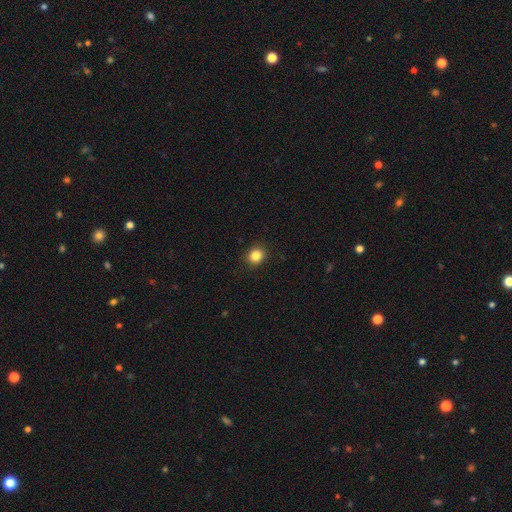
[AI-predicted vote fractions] Smooth or featured: smooth — 84% (star or artifact — 11%)
How rounded: round — 78% (in between — 22%)
Merging: none — 90% (minor disturbance — 7%)